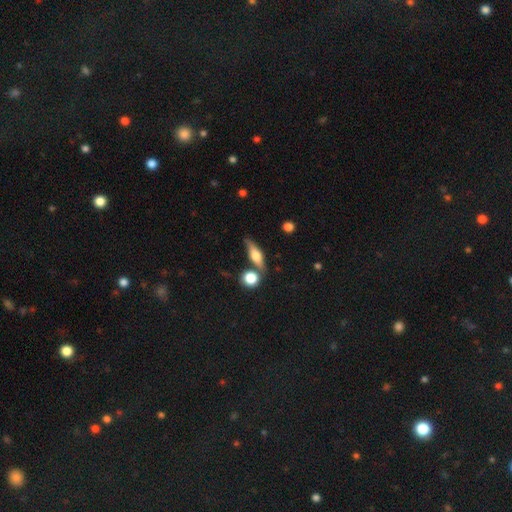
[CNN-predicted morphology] Smooth or featured? featured or disk (48%)
Merging? none (68%)